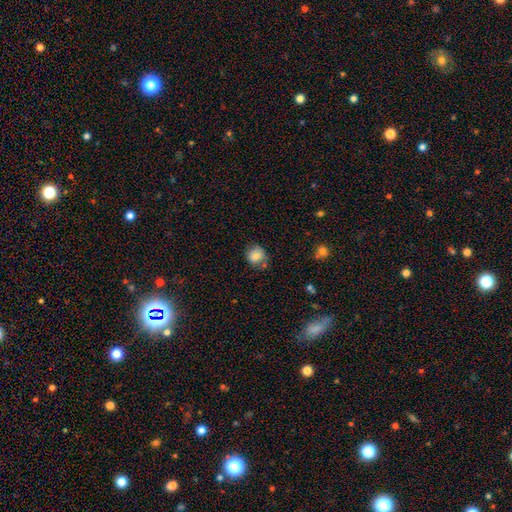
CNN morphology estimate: The model was most divided on "merging": none: 71%, minor disturbance: 19%, merger: 6%, major disturbance: 4%. More confident: how rounded — round (84%); smooth or featured — smooth (82%).